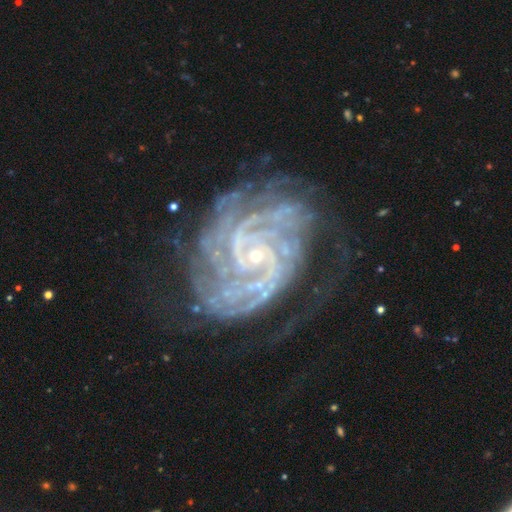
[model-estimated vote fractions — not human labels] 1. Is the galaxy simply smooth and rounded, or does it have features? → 92% featured or disk, 6% star or artifact, 3% smooth.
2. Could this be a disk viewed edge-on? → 98% no, 2% yes.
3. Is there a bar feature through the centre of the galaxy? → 57% no, 31% weak, 12% strong.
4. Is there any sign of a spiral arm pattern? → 98% yes, 2% no.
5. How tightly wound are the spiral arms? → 74% tight, 22% medium, 4% loose.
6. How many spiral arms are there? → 20% 2 (tied), 20% can't tell (tied), 19% 4, 16% more than 4, 15% 3, 10% 1.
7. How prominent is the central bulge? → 86% small, 10% moderate, 2% none, 1% large, 1% dominant.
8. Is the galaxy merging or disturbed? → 66% none, 20% minor disturbance, 12% major disturbance, 2% merger.